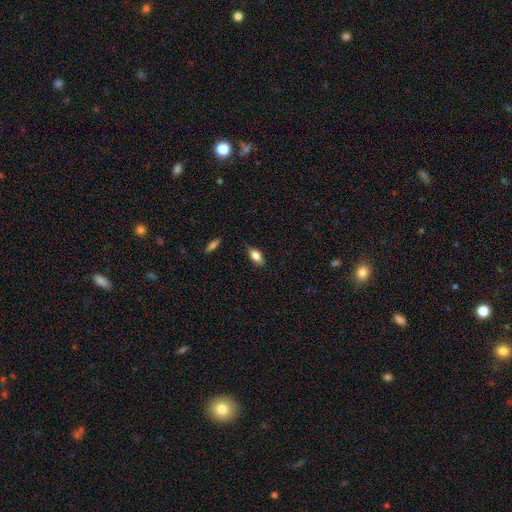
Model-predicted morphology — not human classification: smooth-or-featured: smooth: 80% | featured or disk: 12% | star or artifact: 8%
  how-rounded: in between: 86% | cigar-shaped: 8% | round: 6%
  merging: none: 81% | minor disturbance: 15% | major disturbance: 3% | merger: 1%